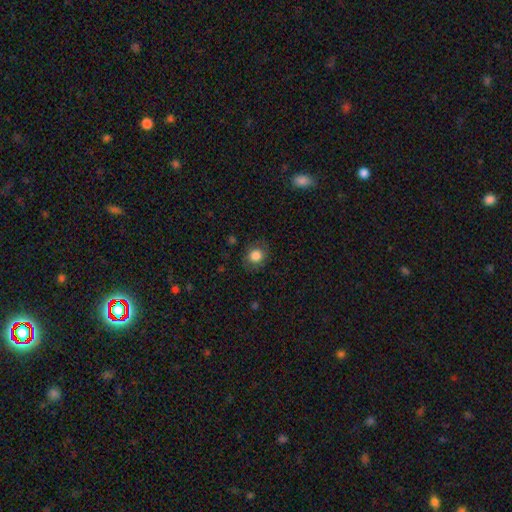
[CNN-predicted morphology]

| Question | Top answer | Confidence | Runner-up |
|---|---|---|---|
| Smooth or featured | smooth | 83% | star or artifact (10%) |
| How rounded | round | 78% | in between (21%) |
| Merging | none | 82% | minor disturbance (13%) |